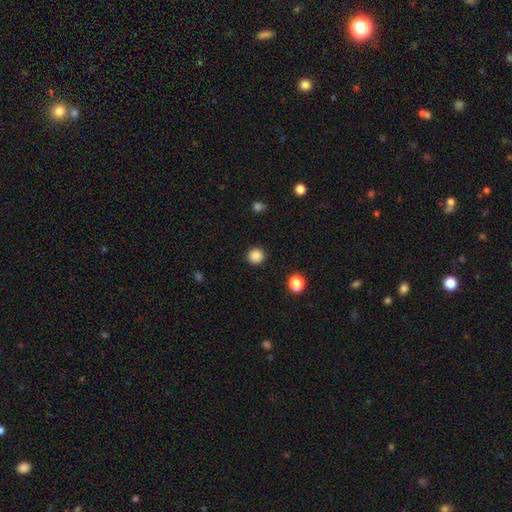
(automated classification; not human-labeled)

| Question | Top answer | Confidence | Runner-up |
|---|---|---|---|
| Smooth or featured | smooth | 87% | star or artifact (11%) |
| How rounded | round | 94% | in between (5%) |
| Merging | none | 91% | minor disturbance (5%) |